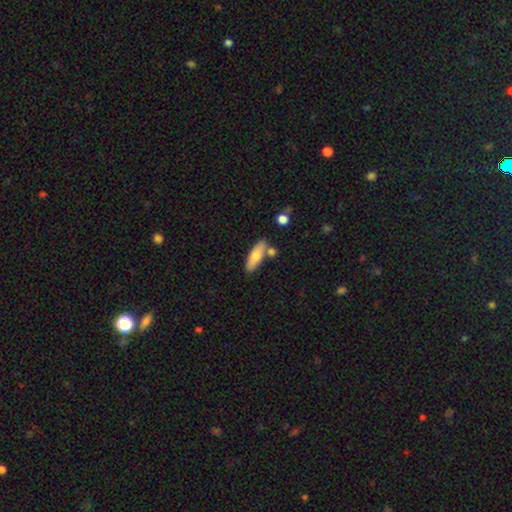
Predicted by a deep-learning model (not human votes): Smooth or featured?
  - smooth: 74% *
  - featured or disk: 20%
  - star or artifact: 6%
How rounded?
  - in between: 51% *
  - cigar-shaped: 47%
  - round: 2%
Merging?
  - none: 73% *
  - minor disturbance: 13%
  - merger: 11%
  - major disturbance: 3%